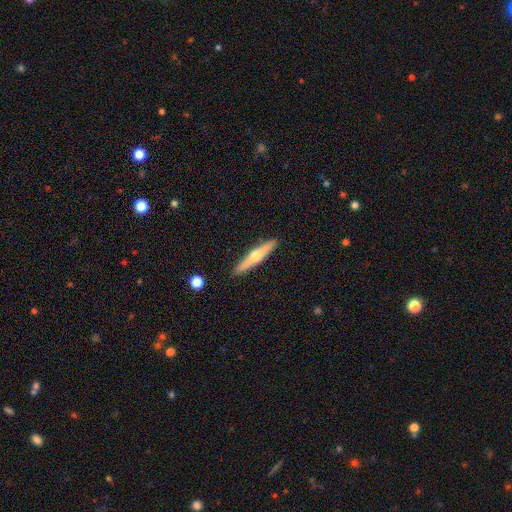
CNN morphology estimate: featured or disk 62%, smooth 32%, star or artifact 5%. Down the decision tree: edge-on disk — yes (96%); edge-on bulge — rounded (94%); merging — none (91%).